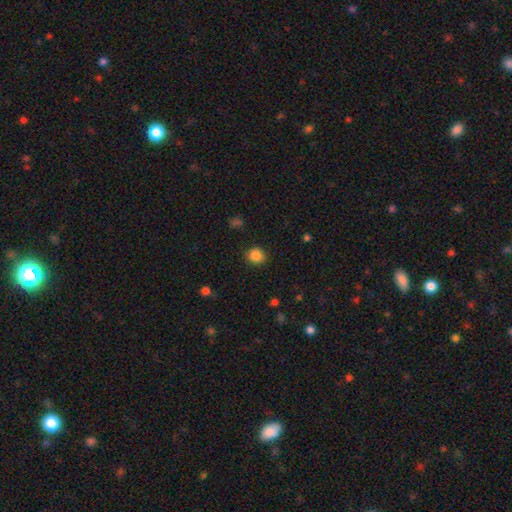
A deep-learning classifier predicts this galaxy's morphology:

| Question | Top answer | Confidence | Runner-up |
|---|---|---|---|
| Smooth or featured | smooth | 86% | star or artifact (11%) |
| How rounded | round | 86% | in between (13%) |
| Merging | none | 88% | minor disturbance (8%) |